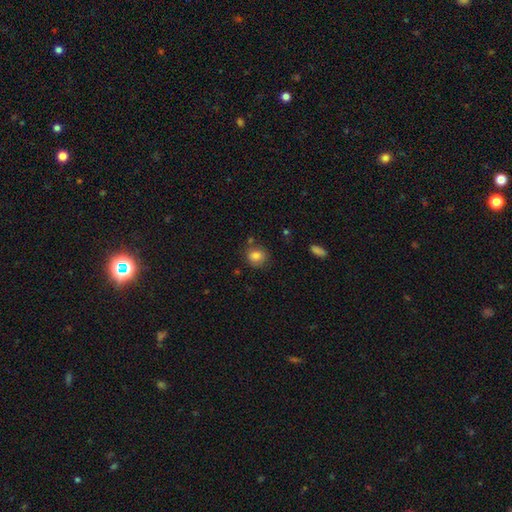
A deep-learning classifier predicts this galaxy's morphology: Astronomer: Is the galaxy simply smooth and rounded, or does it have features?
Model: smooth — 84%.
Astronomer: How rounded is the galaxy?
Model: round — 75%.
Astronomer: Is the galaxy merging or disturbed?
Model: none — 77%.